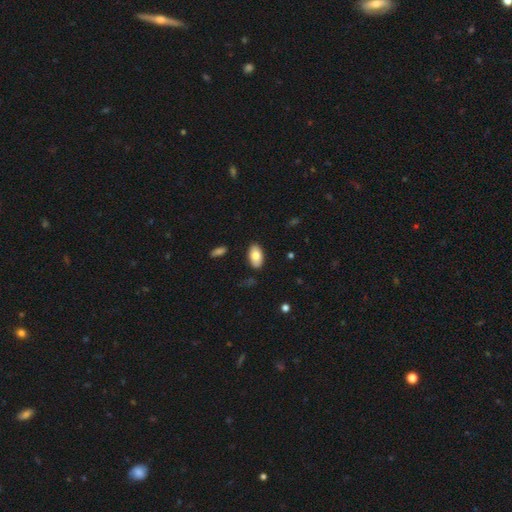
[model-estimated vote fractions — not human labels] Morphology: type=smooth (78%); roundness=in between (95%); merging=none (86%).